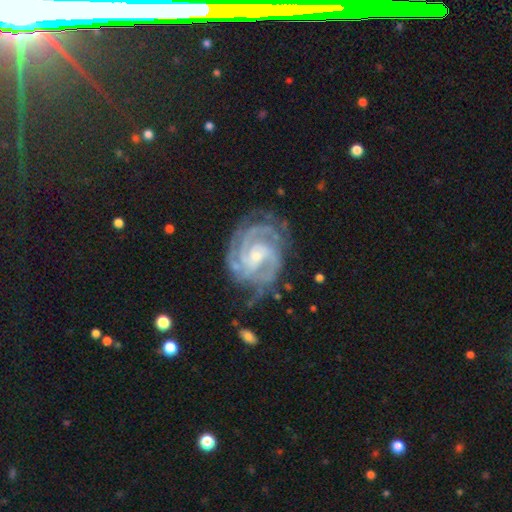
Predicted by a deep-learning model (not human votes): Smooth or featured? Predicted: featured or disk (p=0.92). Edge-on disk? Predicted: no (p=0.98). Bar? Predicted: no (p=0.47). Spiral arms? Predicted: yes (p=0.98). Spiral winding? Predicted: tight (p=0.68). Spiral arm count? Predicted: 2 (p=0.30). Bulge size? Predicted: small (p=0.59). Merging? Predicted: none (p=0.70).